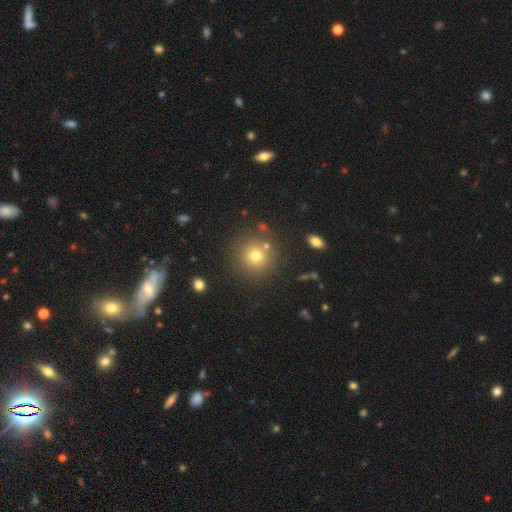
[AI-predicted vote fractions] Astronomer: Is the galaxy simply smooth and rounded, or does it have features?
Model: smooth — 73%.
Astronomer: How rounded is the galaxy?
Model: round — 93%.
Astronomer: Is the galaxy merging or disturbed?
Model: none — 82%.